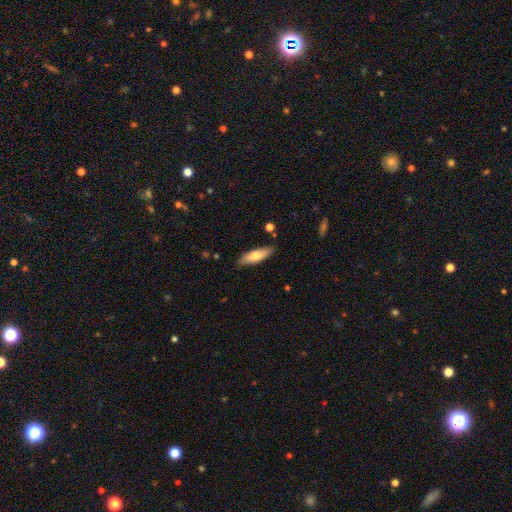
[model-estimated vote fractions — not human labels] This is likely a smooth galaxy (72%). How rounded: possibly cigar-shaped (52%). Merging: clearly none (85%).